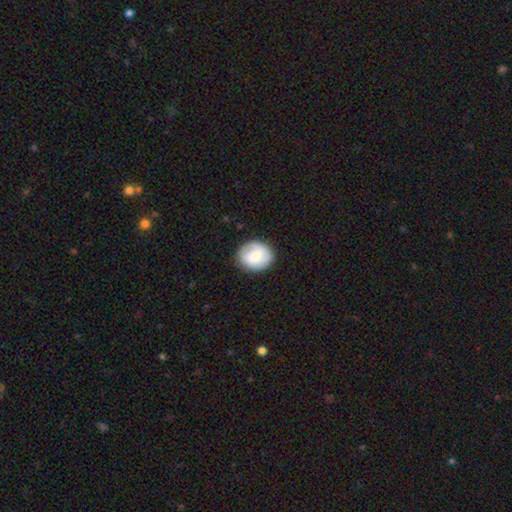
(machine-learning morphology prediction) Smooth or featured?
  - smooth: 59% *
  - featured or disk: 35%
  - star or artifact: 7%
How rounded?
  - round: 68% *
  - in between: 31%
  - cigar-shaped: 1%
Merging?
  - none: 81% *
  - minor disturbance: 13%
  - major disturbance: 4%
  - merger: 1%